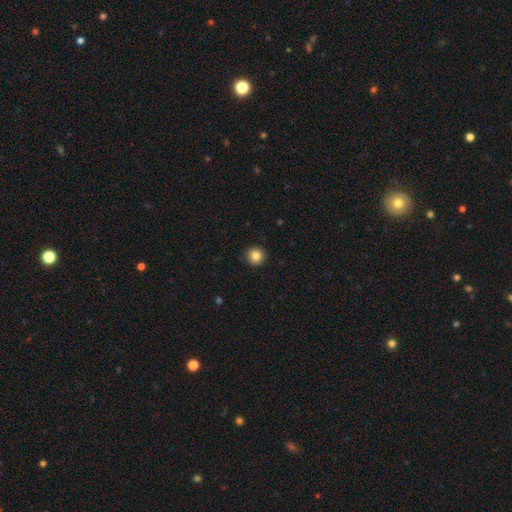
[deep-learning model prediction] Smooth or featured?
  - smooth: 85% *
  - star or artifact: 10%
  - featured or disk: 6%
How rounded?
  - round: 95% *
  - in between: 5%
  - cigar-shaped: 1%
Merging?
  - none: 92% *
  - minor disturbance: 6%
  - major disturbance: 2%
  - merger: 1%